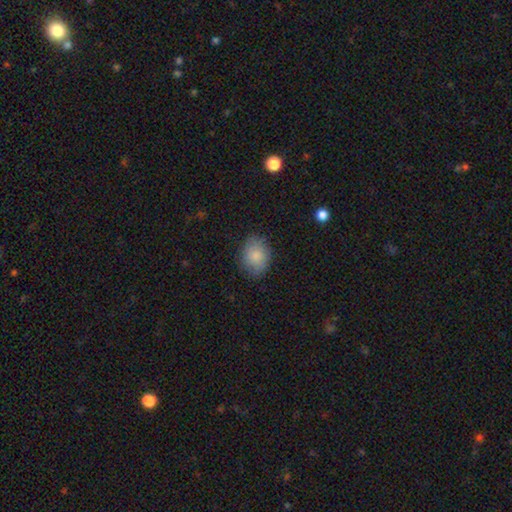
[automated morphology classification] Overall: smooth (84%). How rounded: in between (60%; round 39%). Merging: none (80%).